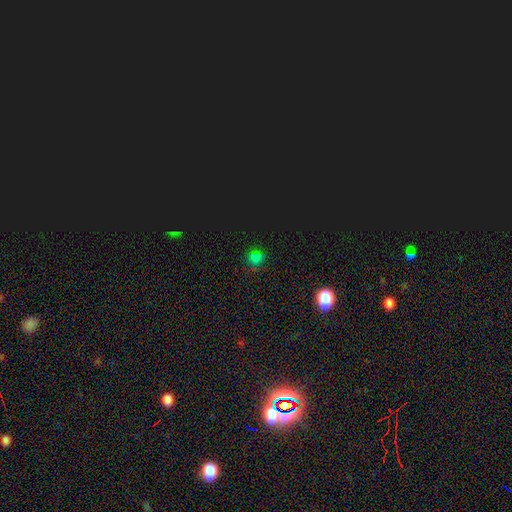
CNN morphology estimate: smooth_or_featured: smooth (p=0.55) [alt: star or artifact p=0.40]
how_rounded: round (p=0.74) [alt: in between p=0.24]
merging: none (p=0.80) [alt: minor disturbance p=0.14]